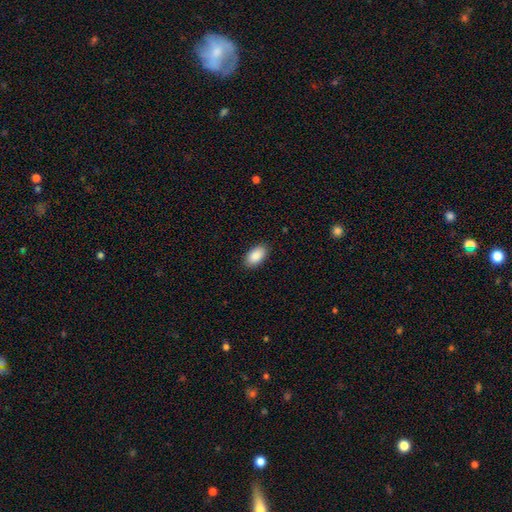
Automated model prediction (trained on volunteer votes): Overall: smooth (90%). How rounded: in between (95%). Merging: none (89%).